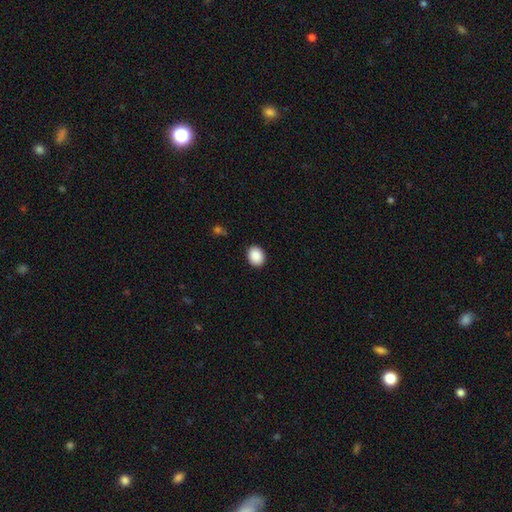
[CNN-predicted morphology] This appears to be a smooth galaxy with no disk features (90%) that is in between round and cigar-shaped (52%). Merging: none (91%).